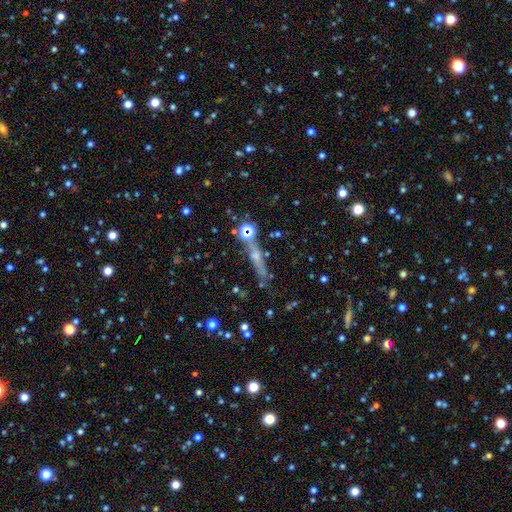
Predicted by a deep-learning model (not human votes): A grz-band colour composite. It shows a featured or disk galaxy (41%). Merging: none (70%).